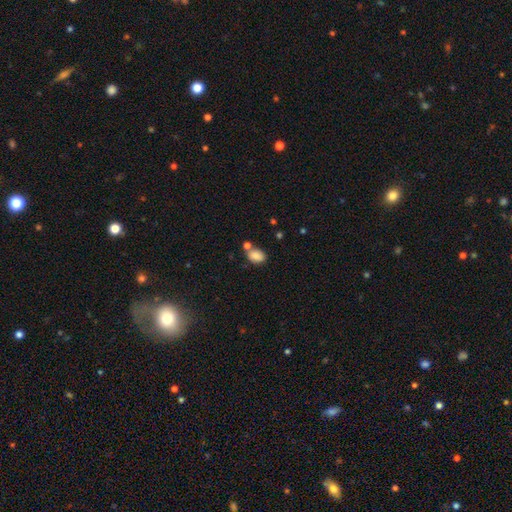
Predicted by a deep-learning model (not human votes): Smooth or featured? smooth (84%)
How rounded? in between (77%)
Merging? none (54%)